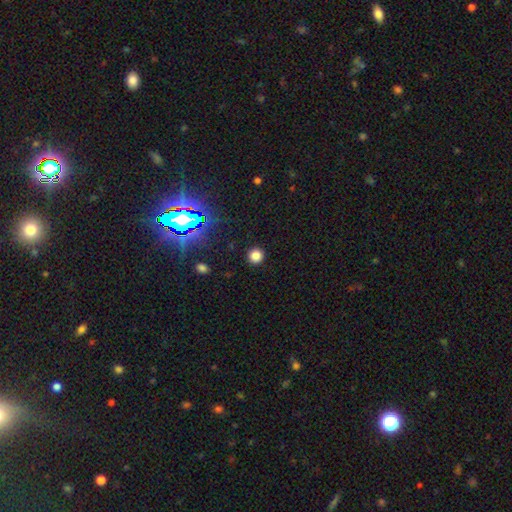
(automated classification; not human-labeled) A smooth galaxy with no disk features (80%) that is round (94%).

Vote fractions:
- Smooth or featured? smooth: 80% / star or artifact: 16% / featured or disk: 4%
- How rounded? round: 94% / in between: 5% / cigar-shaped: 1%
- Merging? none: 92% / minor disturbance: 5% / major disturbance: 2% / merger: 1%